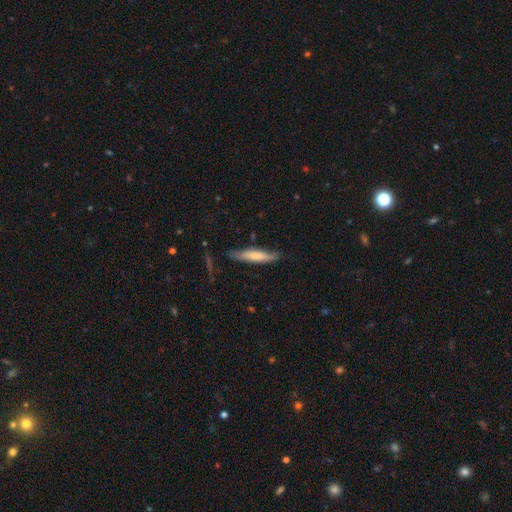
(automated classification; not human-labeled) Overall: smooth (68%). How rounded: cigar-shaped (80%). Merging: none (75%).